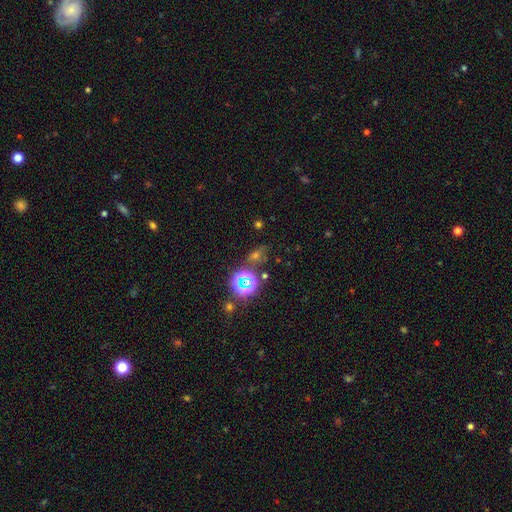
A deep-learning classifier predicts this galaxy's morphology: Smooth or featured? star or artifact (52%)